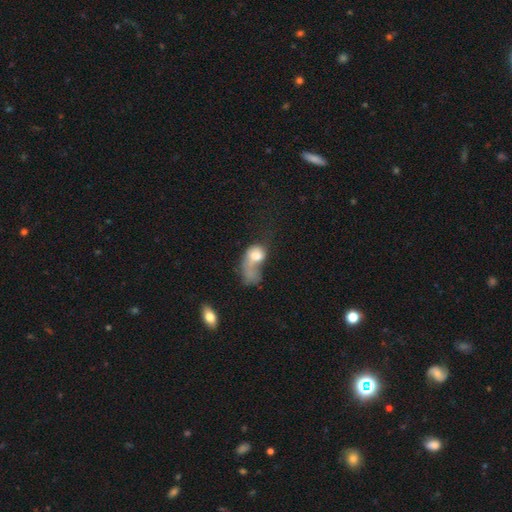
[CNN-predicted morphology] A smooth galaxy with no disk features (63%) that is in between round and cigar-shaped (67%).

Vote fractions:
- Smooth or featured? smooth: 63% / featured or disk: 28% / star or artifact: 10%
- How rounded? in between: 67% / round: 30% / cigar-shaped: 3%
- Merging? major disturbance: 51% / merger: 27% / none: 12% / minor disturbance: 10%